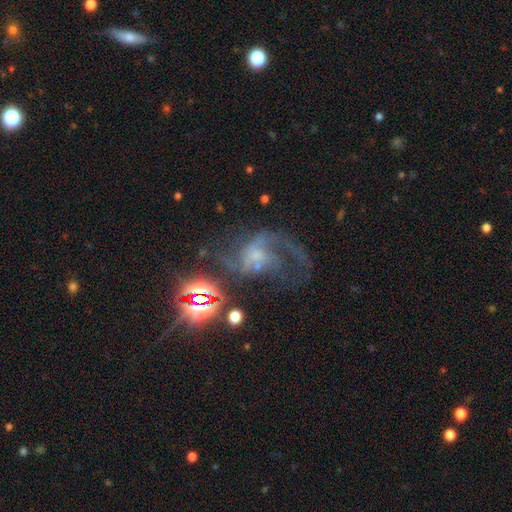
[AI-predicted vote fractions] This is likely a featured or disk galaxy (62%). It is clearly not viewed edge-on (96%). Bar: likely no (71%). Spiral arm pattern: likely yes (72%). Central bulge: marginally small (32%). Merging: possibly major disturbance (46%).